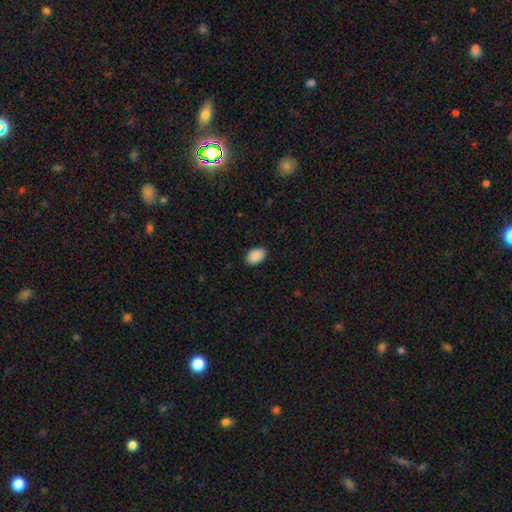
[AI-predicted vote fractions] Overall: smooth (91%). How rounded: in between (89%). Merging: none (88%).